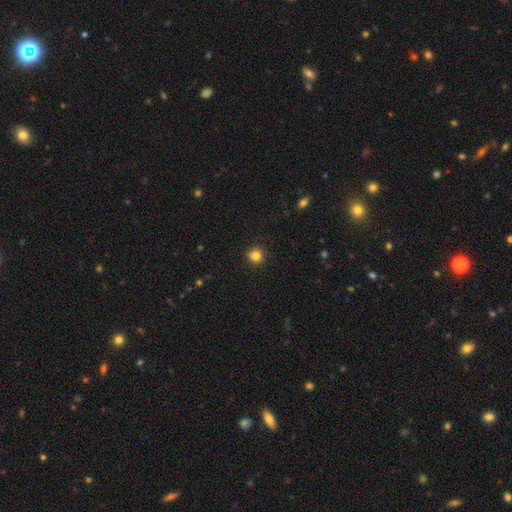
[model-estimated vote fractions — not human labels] smooth 84%, star or artifact 12%, featured or disk 4%. Down the decision tree: how rounded — round (89%); merging — none (89%).